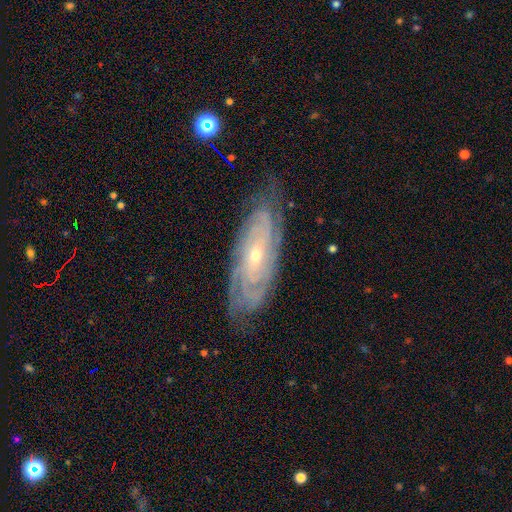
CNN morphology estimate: Smooth or featured? featured or disk (87%)
Edge-on disk? no (91%)
Bar? no (65%)
Spiral arms? yes (97%)
Spiral winding? tight (80%)
Spiral arm count? can't tell (31%)
Bulge size? small (64%)
Merging? none (75%)